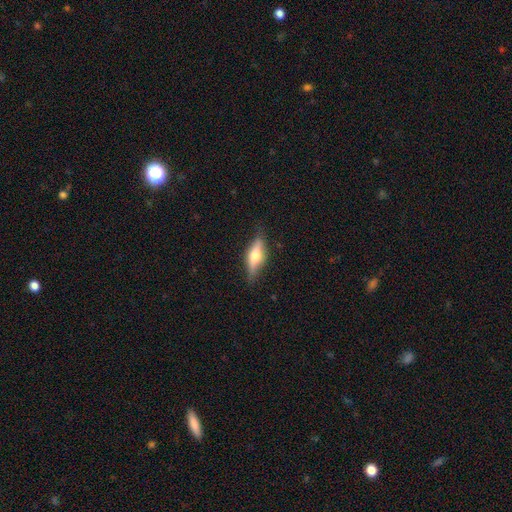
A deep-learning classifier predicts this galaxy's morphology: Smooth or featured?
  - featured or disk: 50% *
  - smooth: 44%
  - star or artifact: 7%
Merging?
  - none: 78% *
  - minor disturbance: 17%
  - major disturbance: 4%
  - merger: 1%